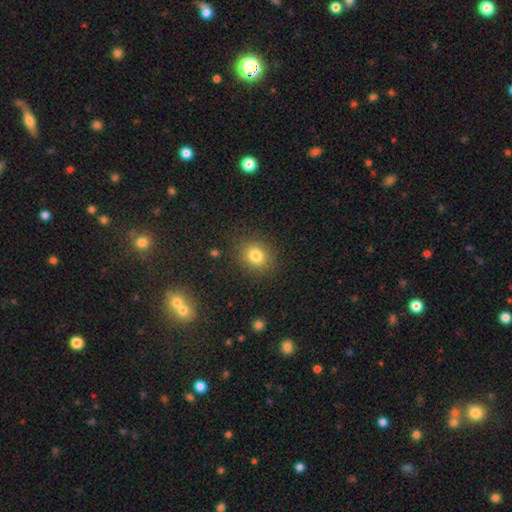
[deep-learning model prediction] smooth_or_featured: smooth (p=0.80) [alt: star or artifact p=0.12]
how_rounded: round (p=0.60) [alt: in between p=0.39]
merging: none (p=0.85) [alt: minor disturbance p=0.10]